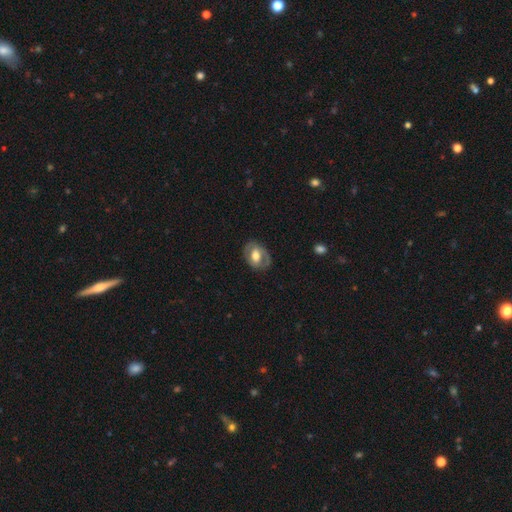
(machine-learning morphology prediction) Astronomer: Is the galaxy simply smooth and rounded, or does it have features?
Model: featured or disk — 54% (runner-up: smooth, 40%).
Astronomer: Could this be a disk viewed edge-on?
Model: no — 94%.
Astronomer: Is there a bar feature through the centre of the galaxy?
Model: no — 45% (runner-up: weak, 36%).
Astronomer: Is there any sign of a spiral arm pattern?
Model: no — 55% (runner-up: yes, 45%).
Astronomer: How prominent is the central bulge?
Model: moderate — 56% (runner-up: large, 32%).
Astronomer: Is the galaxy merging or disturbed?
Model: none — 75%.